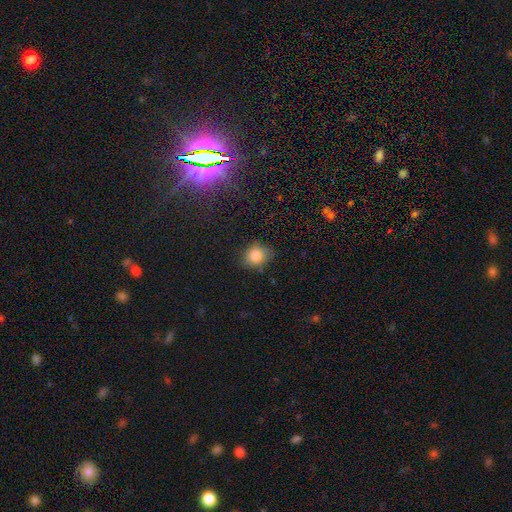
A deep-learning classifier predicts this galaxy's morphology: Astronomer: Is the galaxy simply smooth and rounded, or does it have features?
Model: smooth — 83%.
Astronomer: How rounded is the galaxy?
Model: round — 58% (runner-up: in between, 41%).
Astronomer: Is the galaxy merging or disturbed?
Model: none — 73%.